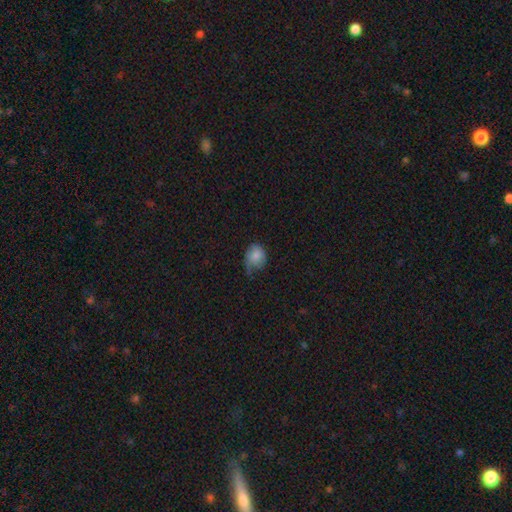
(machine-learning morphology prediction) A smooth galaxy with no disk features (77%) that is round (55%). Merging: minor disturbance (41%).